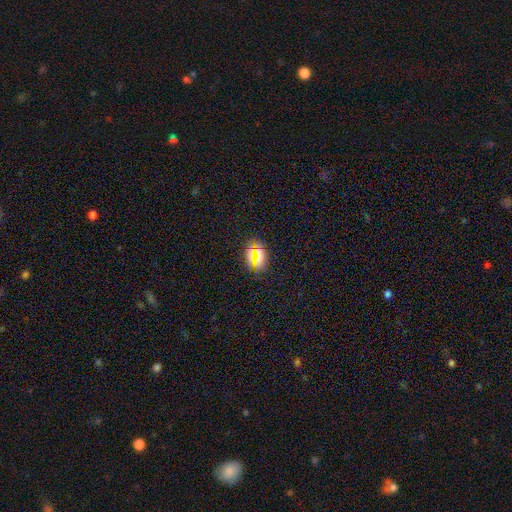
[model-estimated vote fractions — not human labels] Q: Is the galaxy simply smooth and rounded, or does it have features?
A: smooth — 61%.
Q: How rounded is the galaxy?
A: in between — 66%.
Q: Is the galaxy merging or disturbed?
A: none — 80%.